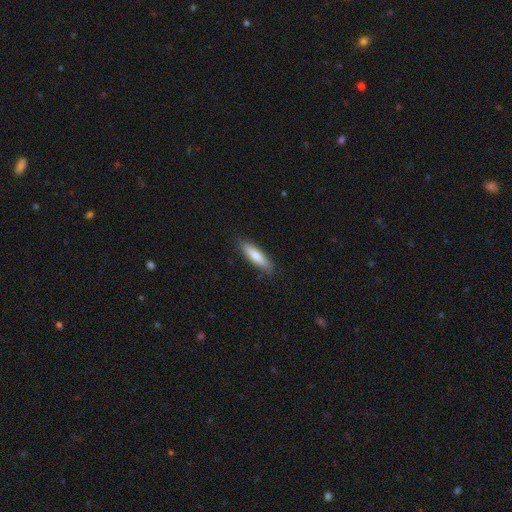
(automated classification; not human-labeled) The model was most divided on "how rounded": cigar-shaped: 66%, in between: 32%, round: 1%. More confident: merging — none (86%); smooth or featured — smooth (80%).